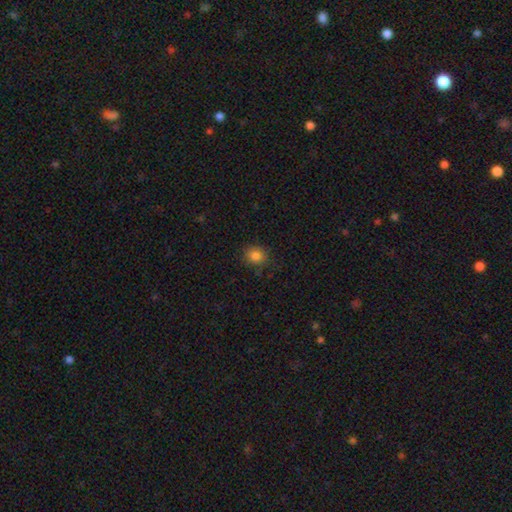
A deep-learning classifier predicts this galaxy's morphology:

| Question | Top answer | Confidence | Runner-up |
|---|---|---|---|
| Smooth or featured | smooth | 84% | star or artifact (11%) |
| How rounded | round | 71% | in between (28%) |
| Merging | none | 84% | minor disturbance (11%) |